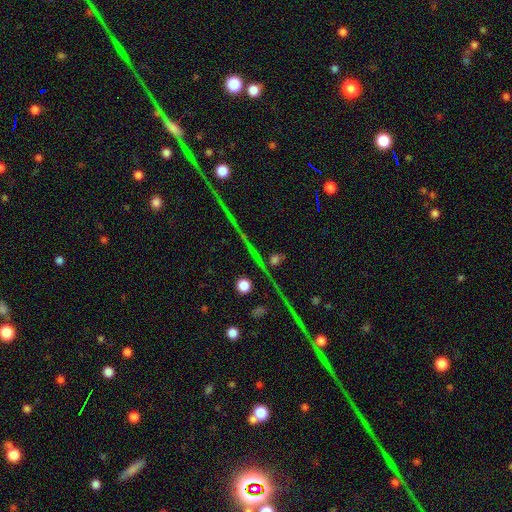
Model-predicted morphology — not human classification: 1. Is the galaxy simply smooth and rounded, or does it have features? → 57% star or artifact, 26% smooth, 18% featured or disk.